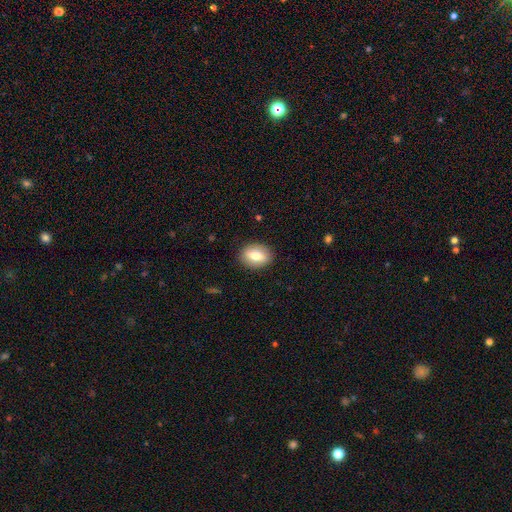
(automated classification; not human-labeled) This appears to be a smooth galaxy with no disk features (72%) that is in between round and cigar-shaped (73%). Merging: none (88%).